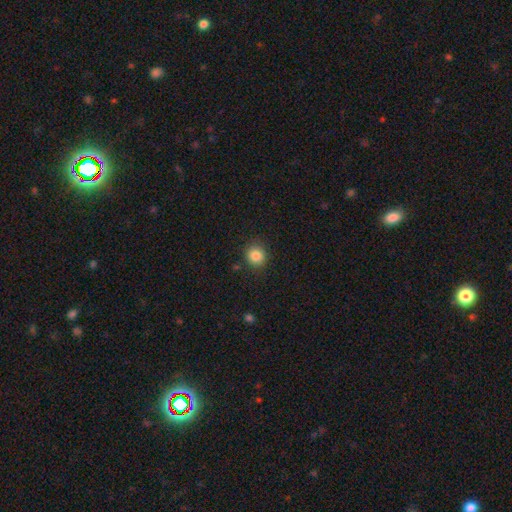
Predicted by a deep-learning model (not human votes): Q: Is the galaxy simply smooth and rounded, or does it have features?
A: smooth — 85%.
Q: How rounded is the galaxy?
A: round — 87%.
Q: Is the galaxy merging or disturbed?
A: none — 88%.